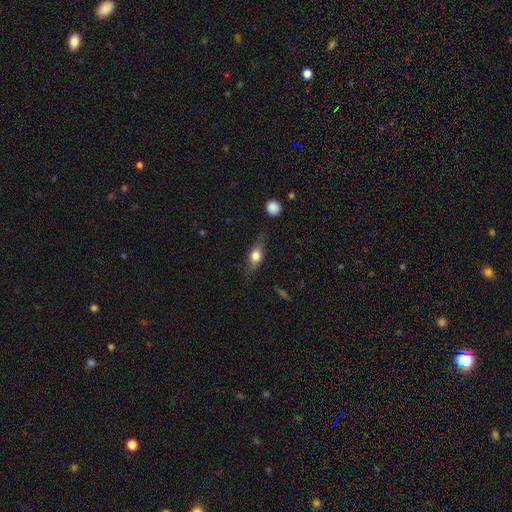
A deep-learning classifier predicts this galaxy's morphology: smooth 54%, featured or disk 38%, star or artifact 8%. Down the decision tree: how rounded — in between (55%); merging — none (72%).